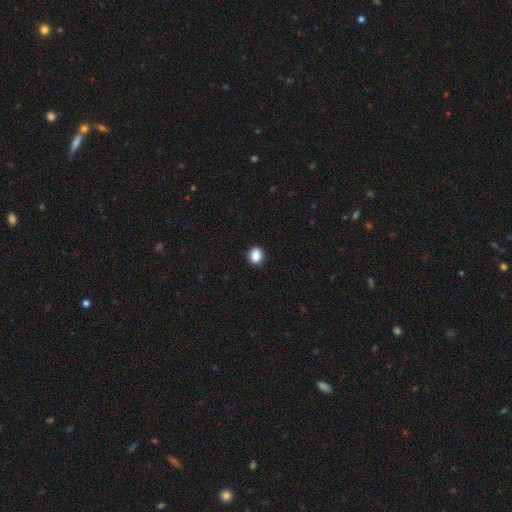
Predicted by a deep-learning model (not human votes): A smooth galaxy with no disk features (88%) that is in between round and cigar-shaped (50%).

Vote fractions:
- Smooth or featured? smooth: 88% / star or artifact: 8% / featured or disk: 4%
- How rounded? in between: 50% / round: 49% / cigar-shaped: 1%
- Merging? none: 90% / minor disturbance: 7% / major disturbance: 2% / merger: 1%